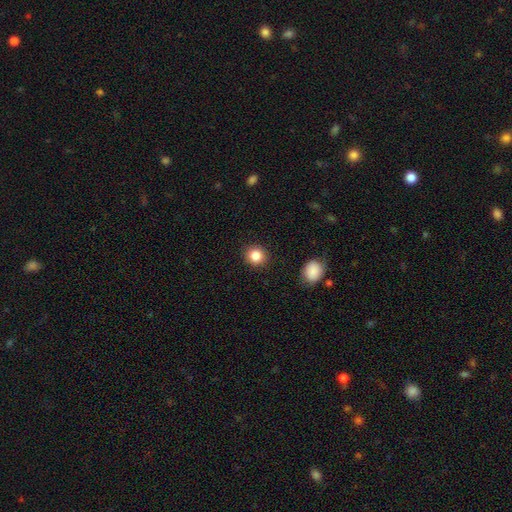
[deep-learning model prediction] Q: Smooth or featured?
A: smooth (85%); runner-up: star or artifact (10%)
Q: How rounded?
A: round (84%); runner-up: in between (15%)
Q: Merging?
A: none (90%); runner-up: minor disturbance (7%)